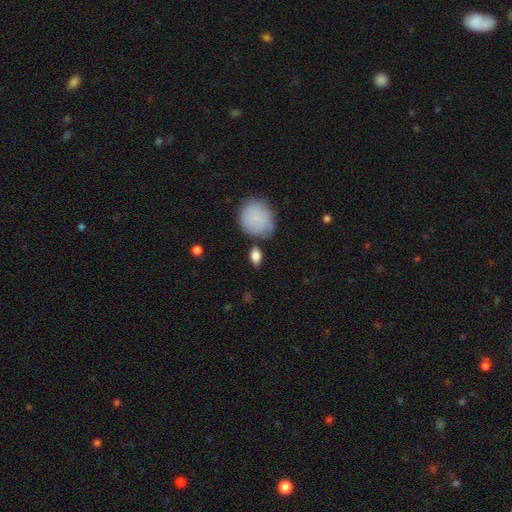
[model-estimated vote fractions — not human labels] A smooth galaxy with no disk features (83%) that is in between round and cigar-shaped (80%). Merging: none (74%).